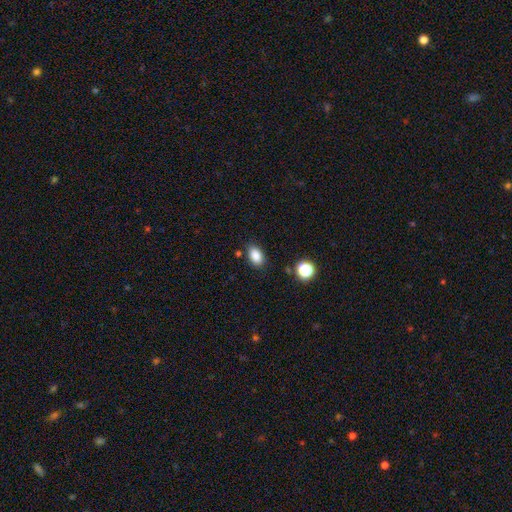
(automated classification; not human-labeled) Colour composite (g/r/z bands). It shows a smooth galaxy with no disk features (86%) that is in between round and cigar-shaped (85%). Merging: none (82%).